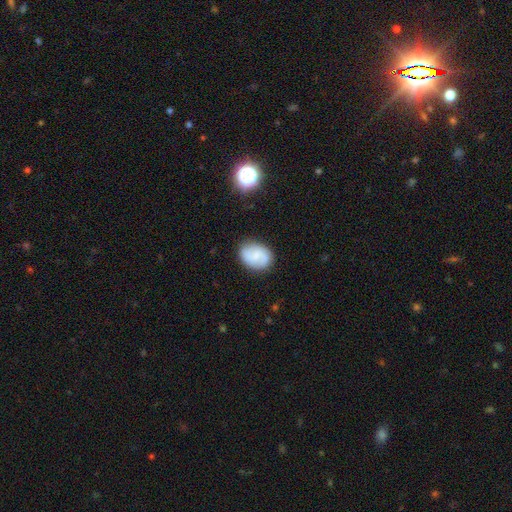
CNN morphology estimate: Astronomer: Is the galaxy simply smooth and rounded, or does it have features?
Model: featured or disk — 50% (runner-up: smooth, 42%).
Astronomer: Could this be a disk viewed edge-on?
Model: no — 98%.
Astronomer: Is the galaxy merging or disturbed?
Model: none — 81%.